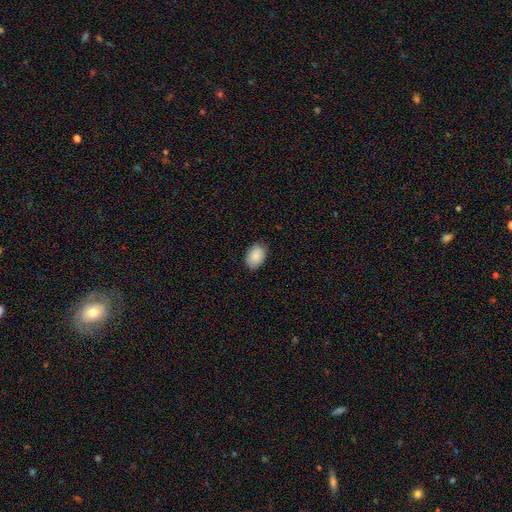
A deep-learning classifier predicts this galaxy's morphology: Smooth or featured: smooth — 88% (star or artifact — 7%)
How rounded: in between — 83% (round — 16%)
Merging: none — 86% (minor disturbance — 11%)